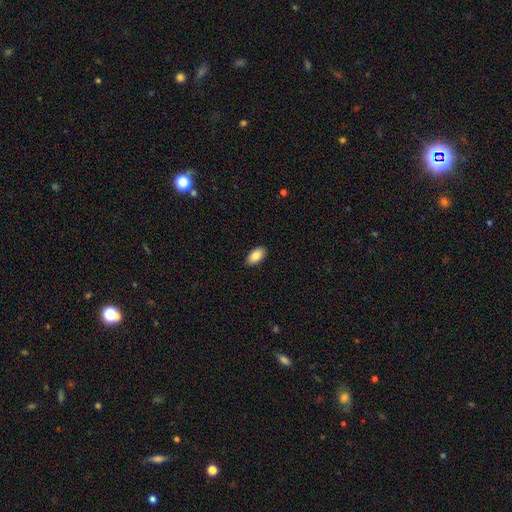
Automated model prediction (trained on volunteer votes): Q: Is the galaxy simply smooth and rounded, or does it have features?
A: smooth — 87%.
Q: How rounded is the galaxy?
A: in between — 94%.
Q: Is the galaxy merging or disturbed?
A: none — 89%.